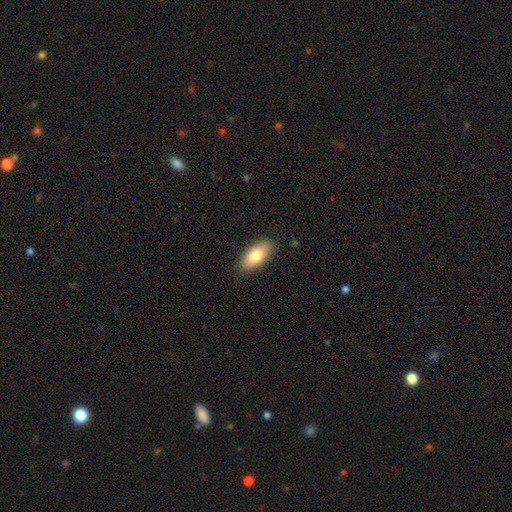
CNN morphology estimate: smooth_or_featured: smooth (p=0.78) [alt: featured or disk p=0.15]
how_rounded: in between (p=0.89) [alt: cigar-shaped p=0.08]
merging: none (p=0.87) [alt: minor disturbance p=0.10]